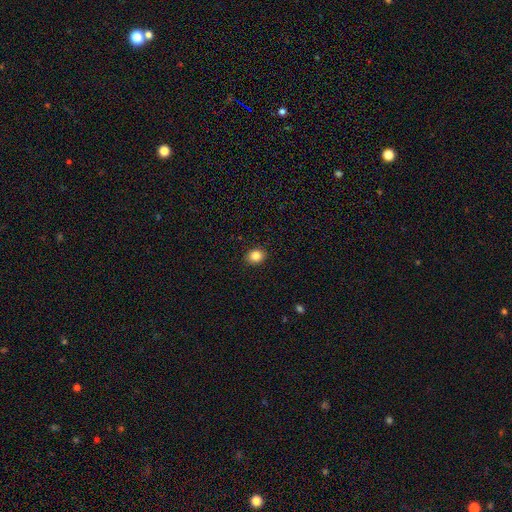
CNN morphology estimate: A smooth galaxy with no disk features (86%) that is round (59%).

Vote fractions:
- Smooth or featured? smooth: 86% / star or artifact: 10% / featured or disk: 4%
- How rounded? round: 59% / in between: 41% / cigar-shaped: 1%
- Merging? none: 90% / minor disturbance: 7% / major disturbance: 2% / merger: 1%